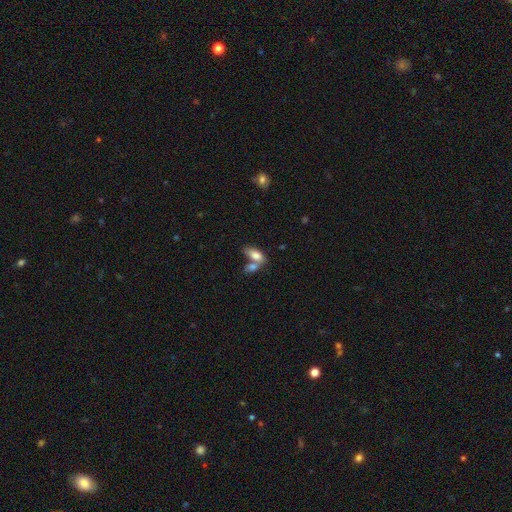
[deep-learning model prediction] Q: Smooth or featured?
A: smooth (80%); runner-up: featured or disk (13%)
Q: How rounded?
A: in between (89%); runner-up: cigar-shaped (7%)
Q: Merging?
A: merger (53%); runner-up: none (32%)